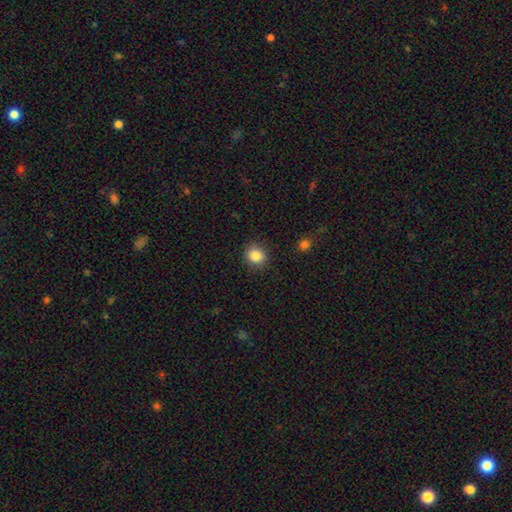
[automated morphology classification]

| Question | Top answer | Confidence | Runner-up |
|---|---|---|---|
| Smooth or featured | smooth | 86% | star or artifact (10%) |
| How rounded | round | 83% | in between (16%) |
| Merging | none | 88% | minor disturbance (8%) |